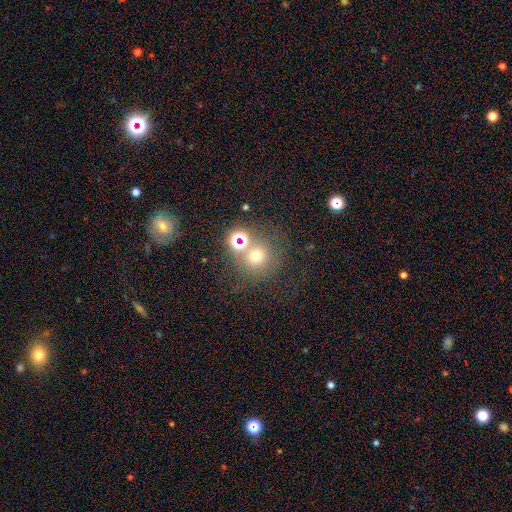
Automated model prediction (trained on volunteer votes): Q: Smooth or featured?
A: smooth (62%); runner-up: star or artifact (27%)
Q: How rounded?
A: round (91%); runner-up: in between (8%)
Q: Merging?
A: none (63%); runner-up: merger (22%)